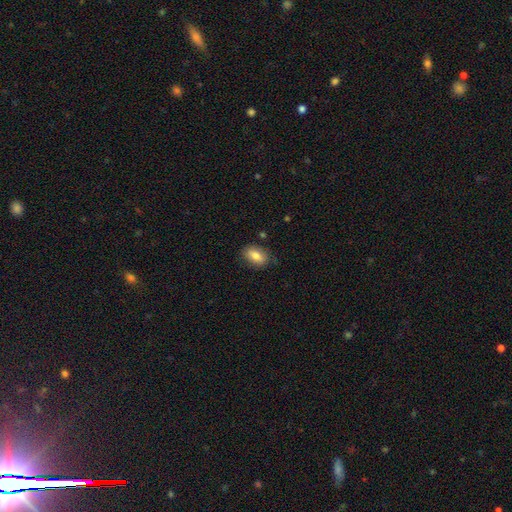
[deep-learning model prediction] Q: Smooth or featured?
A: smooth (81%); runner-up: featured or disk (12%)
Q: How rounded?
A: in between (88%); runner-up: round (10%)
Q: Merging?
A: none (79%); runner-up: minor disturbance (16%)